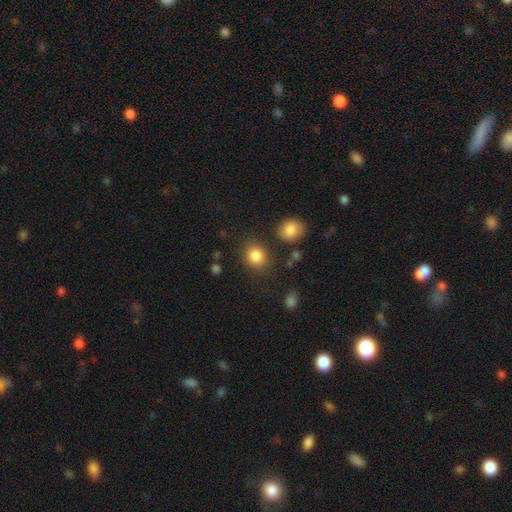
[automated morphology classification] This appears to be a smooth galaxy with no disk features (86%) that is round (73%). Merging: none (81%).